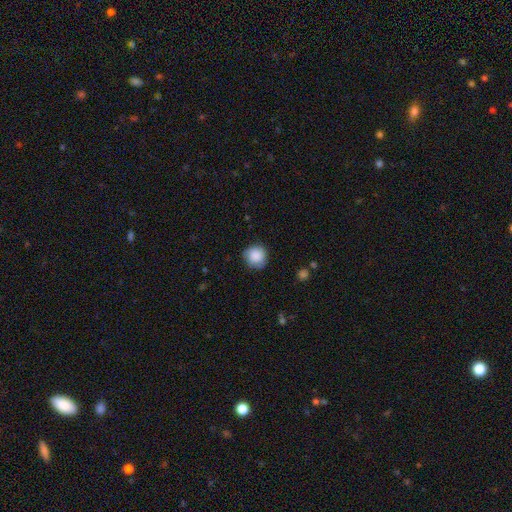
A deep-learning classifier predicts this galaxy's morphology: Smooth or featured: smooth — 87% (star or artifact — 7%)
How rounded: round — 92% (in between — 7%)
Merging: none — 80% (minor disturbance — 15%)